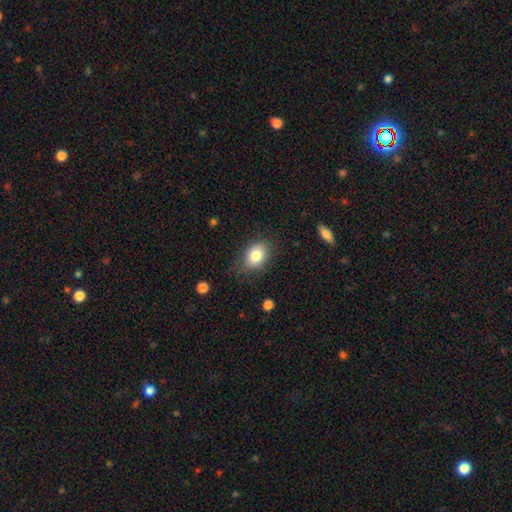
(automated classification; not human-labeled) Q: Smooth or featured?
A: smooth (82%); runner-up: featured or disk (10%)
Q: How rounded?
A: in between (72%); runner-up: round (27%)
Q: Merging?
A: none (71%); runner-up: minor disturbance (21%)